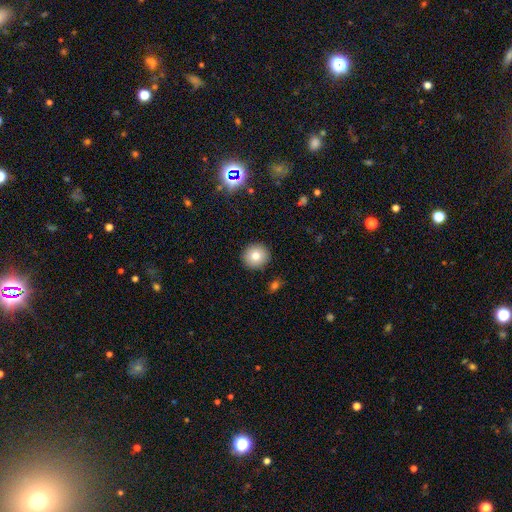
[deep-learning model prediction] smooth-or-featured: smooth: 80% | star or artifact: 10% | featured or disk: 10%
  how-rounded: round: 92% | in between: 7% | cigar-shaped: 1%
  merging: none: 91% | minor disturbance: 6% | major disturbance: 2% | merger: 1%